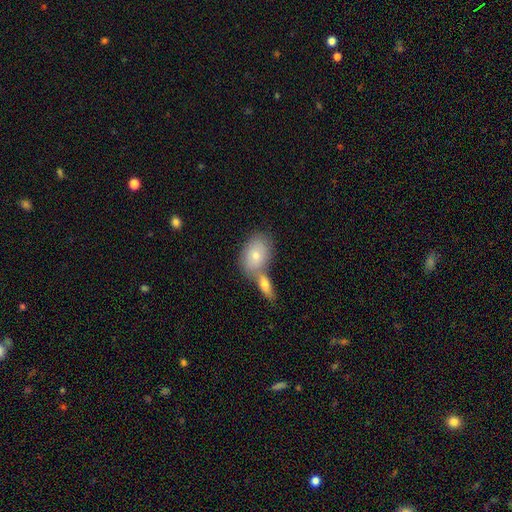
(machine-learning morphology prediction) This appears to be a smooth galaxy with no disk features (70%) that is in between round and cigar-shaped (79%). Merging: merger (46%).